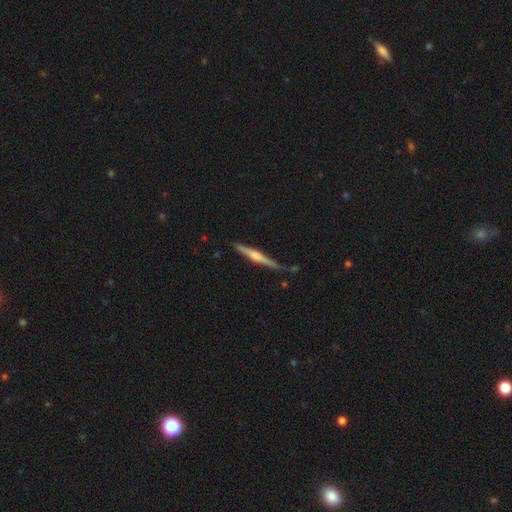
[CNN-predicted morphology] Overall: featured or disk (67%; smooth 28%). Edge-on disk: yes (98%). Edge-on bulge: rounded (74%). Merging: none (77%).